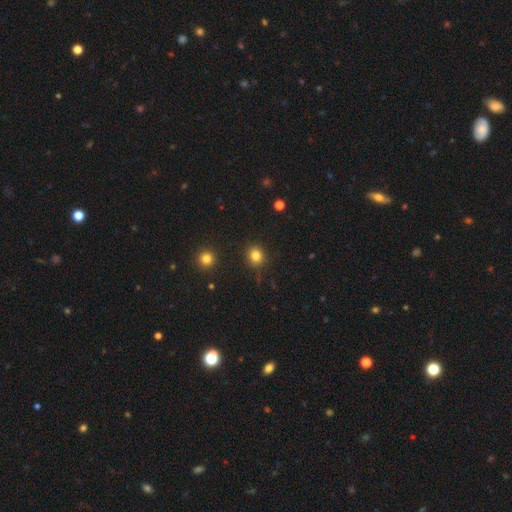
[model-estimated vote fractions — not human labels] The model was most divided on "smooth or featured": smooth: 82%, star or artifact: 13%, featured or disk: 5%. More confident: merging — none (85%); how rounded — round (84%).